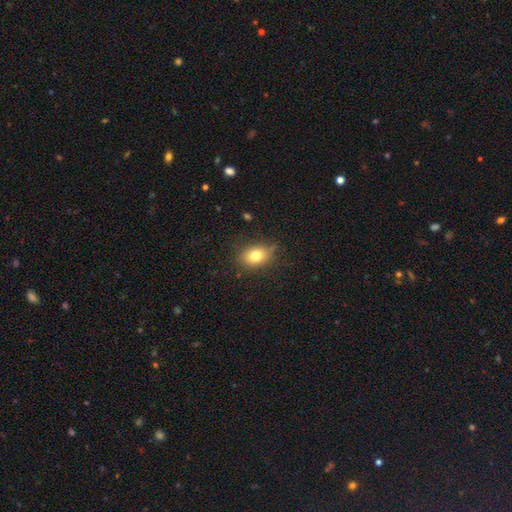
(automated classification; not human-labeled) Morphology: type=smooth (78%); roundness=in between (71%); merging=none (77%).